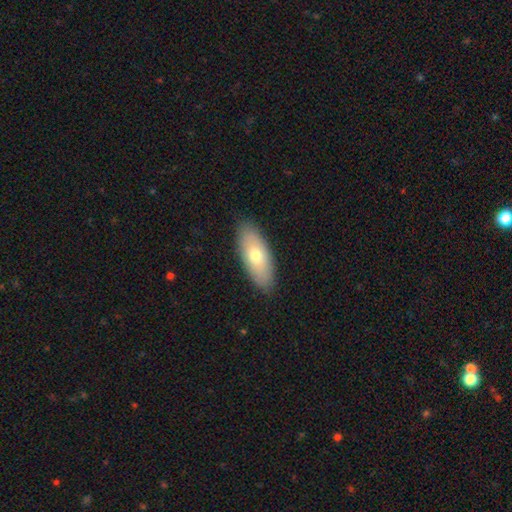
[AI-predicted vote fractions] A smooth galaxy with no disk features (68%) that is in between round and cigar-shaped (84%).

Vote fractions:
- Smooth or featured? smooth: 68% / featured or disk: 26% / star or artifact: 6%
- How rounded? in between: 84% / cigar-shaped: 13% / round: 3%
- Merging? none: 87% / minor disturbance: 10% / major disturbance: 2% / merger: 1%